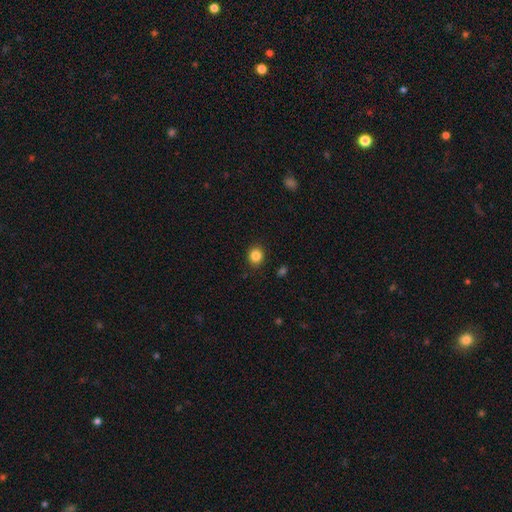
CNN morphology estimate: Smooth or featured? smooth (84%)
How rounded? round (80%)
Merging? none (89%)